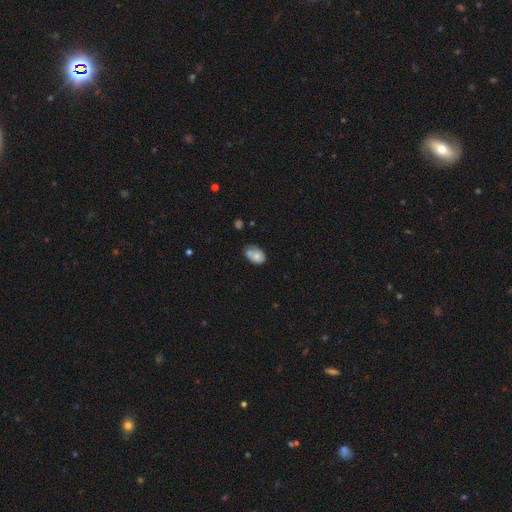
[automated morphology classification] A smooth galaxy with no disk features (67%) that is in between round and cigar-shaped (76%). Merging: none (38%).